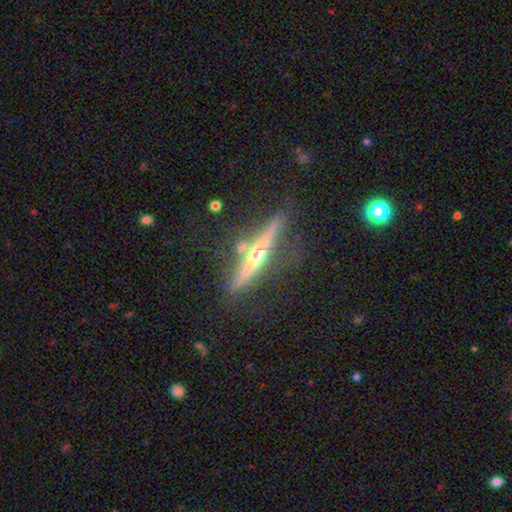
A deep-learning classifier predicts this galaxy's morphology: type=featured or disk (77%); edge-on=yes (95%); edge-on bulge=rounded (91%); merging=none (74%).